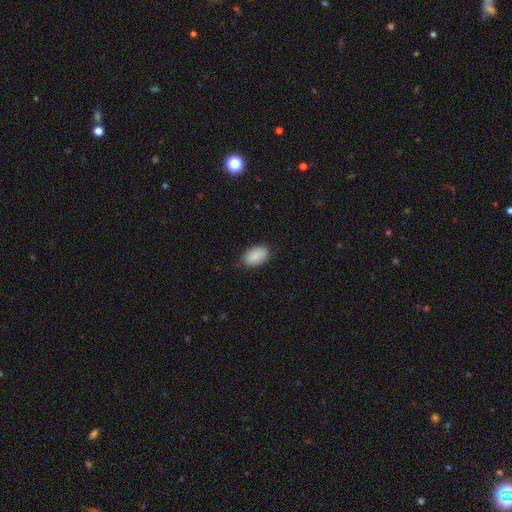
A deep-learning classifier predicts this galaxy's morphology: smooth 88%, star or artifact 7%, featured or disk 5%. Down the decision tree: how rounded — in between (92%); merging — none (82%).